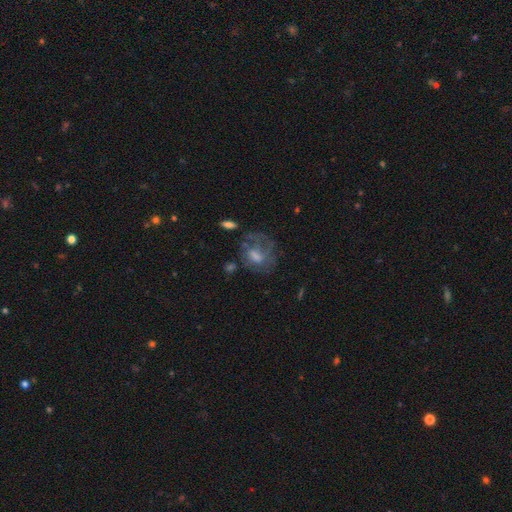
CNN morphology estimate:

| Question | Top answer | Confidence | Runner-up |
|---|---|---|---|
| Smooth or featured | featured or disk | 55% | smooth (31%) |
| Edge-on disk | no | 96% | yes (4%) |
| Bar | no | 60% | weak (34%) |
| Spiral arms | no | 52% | yes (48%) |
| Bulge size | moderate | 45% | small (24%) |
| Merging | none | 48% | major disturbance (25%) |